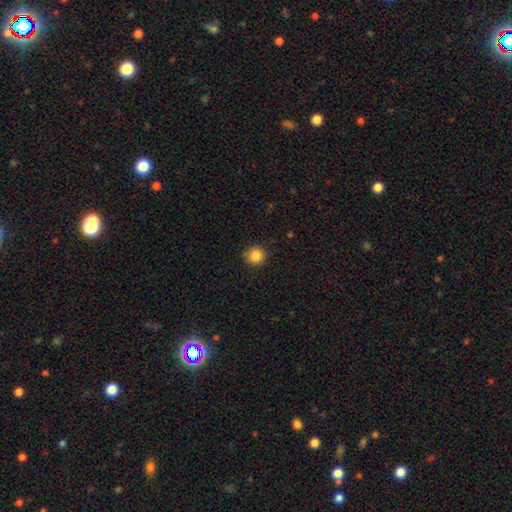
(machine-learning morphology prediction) Q: Smooth or featured?
A: smooth (86%); runner-up: star or artifact (10%)
Q: How rounded?
A: round (93%); runner-up: in between (6%)
Q: Merging?
A: none (86%); runner-up: minor disturbance (11%)